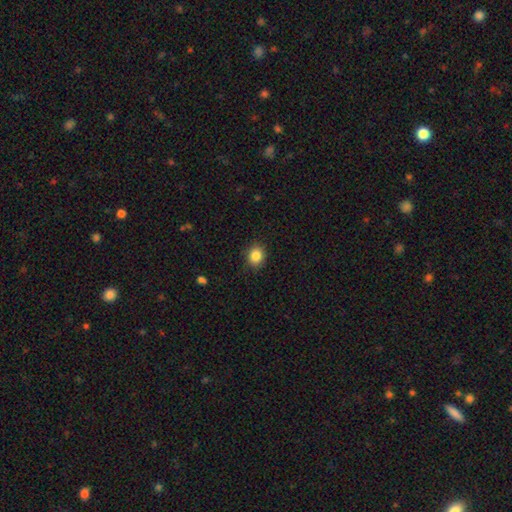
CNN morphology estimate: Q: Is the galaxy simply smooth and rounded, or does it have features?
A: smooth — 86%.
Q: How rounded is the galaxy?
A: round — 59%.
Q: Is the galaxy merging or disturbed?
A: none — 88%.